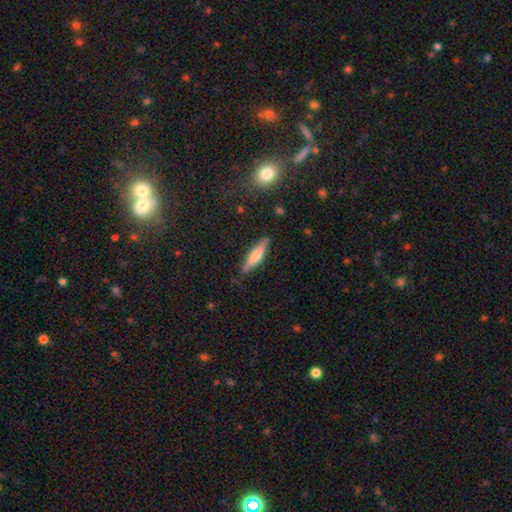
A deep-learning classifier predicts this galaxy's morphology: Q: Smooth or featured?
A: smooth (53%); runner-up: featured or disk (40%)
Q: How rounded?
A: cigar-shaped (81%); runner-up: in between (17%)
Q: Merging?
A: none (85%); runner-up: minor disturbance (12%)